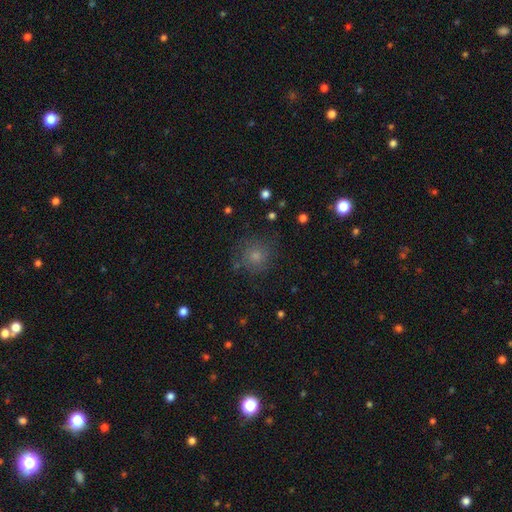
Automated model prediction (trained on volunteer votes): A smooth galaxy with no disk features (73%) that is round (91%).

Vote fractions:
- Smooth or featured? smooth: 73% / star or artifact: 15% / featured or disk: 12%
- How rounded? round: 91% / in between: 8% / cigar-shaped: 1%
- Merging? none: 77% / minor disturbance: 14% / major disturbance: 6% / merger: 2%